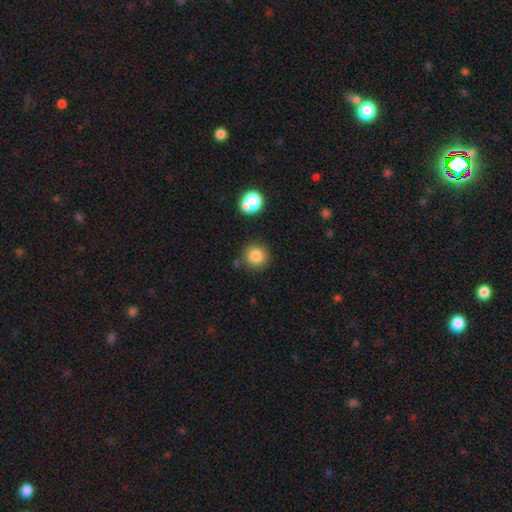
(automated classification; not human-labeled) Smooth or featured?
  - smooth: 84% *
  - star or artifact: 10%
  - featured or disk: 6%
How rounded?
  - round: 91% *
  - in between: 8%
  - cigar-shaped: 1%
Merging?
  - none: 82% *
  - minor disturbance: 10%
  - merger: 5%
  - major disturbance: 3%